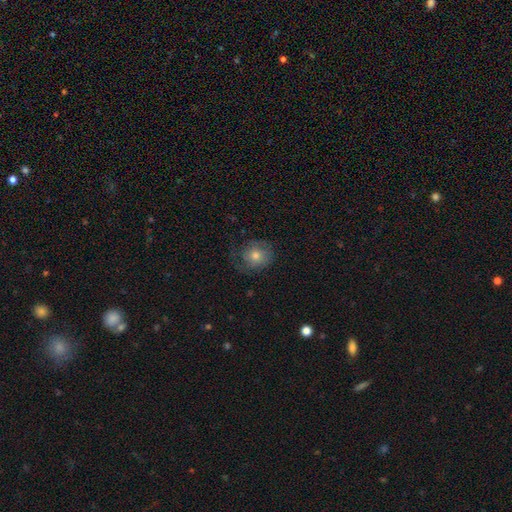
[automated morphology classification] This appears to be a smooth galaxy with no disk features (47%). Merging: none (64%).